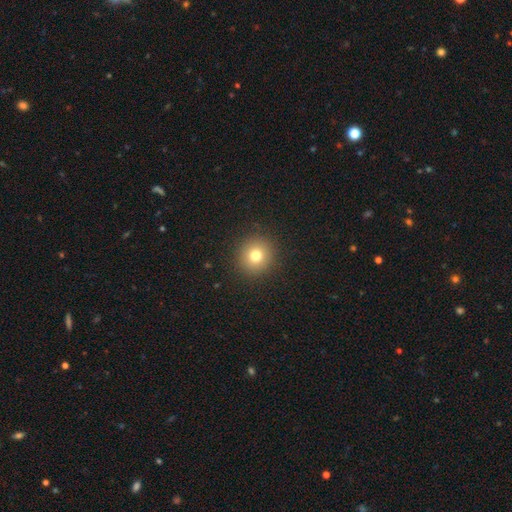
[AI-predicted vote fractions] smooth 76%, star or artifact 14%, featured or disk 10%. Down the decision tree: how rounded — round (92%); merging — none (91%).